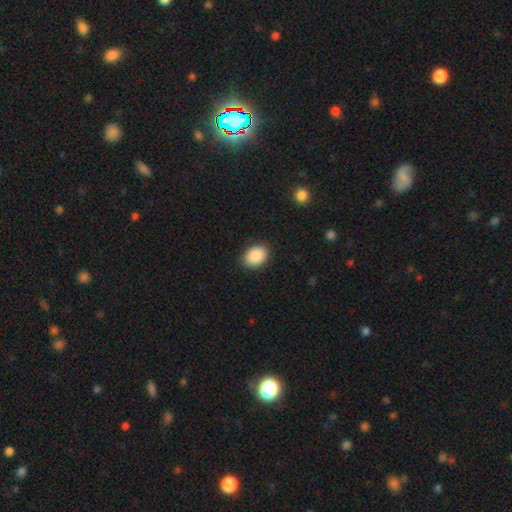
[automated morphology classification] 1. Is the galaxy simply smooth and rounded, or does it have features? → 90% smooth, 7% star or artifact, 3% featured or disk.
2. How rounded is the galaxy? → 70% in between, 29% round, 1% cigar-shaped.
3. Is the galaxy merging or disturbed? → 89% none, 8% minor disturbance, 2% major disturbance, 1% merger.